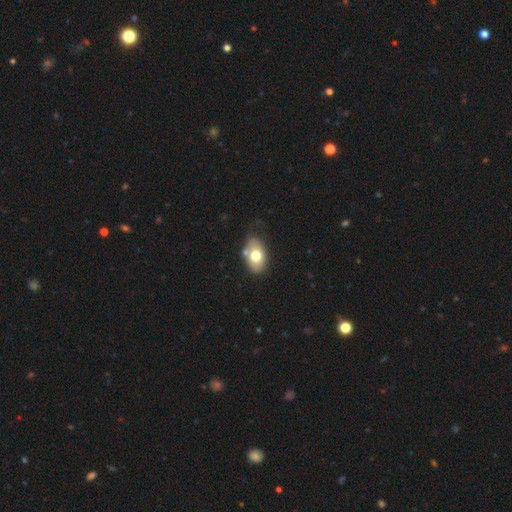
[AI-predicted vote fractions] smooth_or_featured: smooth (p=0.70) [alt: featured or disk p=0.22]
how_rounded: in between (p=0.86) [alt: round p=0.13]
merging: none (p=0.67) [alt: minor disturbance p=0.19]